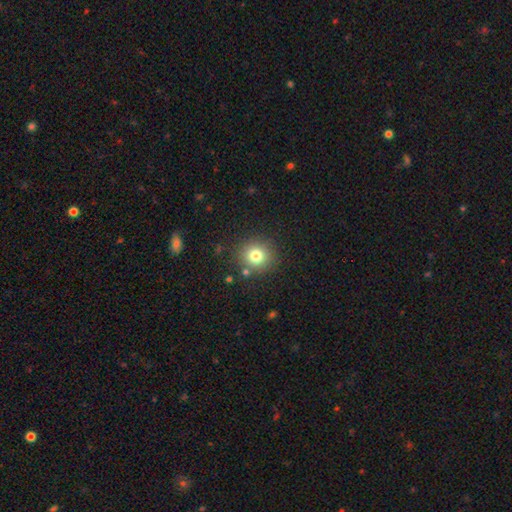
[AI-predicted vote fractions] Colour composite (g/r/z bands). It shows a smooth galaxy with no disk features (79%) that is round (91%). Merging: none (86%).